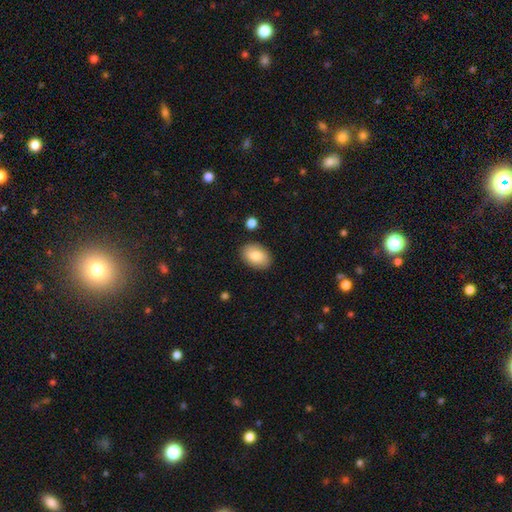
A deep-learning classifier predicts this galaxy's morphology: smooth_or_featured: smooth (p=0.84) [alt: featured or disk p=0.09]
how_rounded: in between (p=0.85) [alt: round p=0.14]
merging: none (p=0.87) [alt: minor disturbance p=0.09]